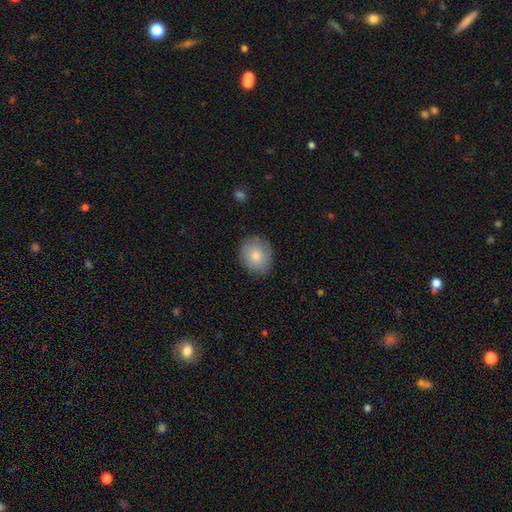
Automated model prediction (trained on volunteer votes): smooth-or-featured: smooth: 80% | featured or disk: 13% | star or artifact: 7%
  how-rounded: round: 64% | in between: 35% | cigar-shaped: 1%
  merging: none: 84% | minor disturbance: 12% | major disturbance: 3% | merger: 1%